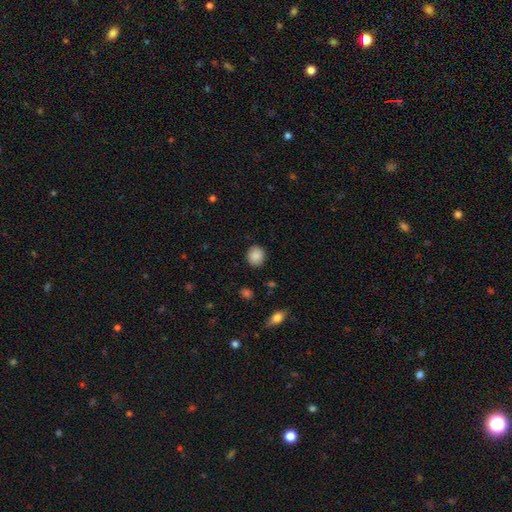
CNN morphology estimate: The model was most divided on "how rounded": round: 79%, in between: 20%, cigar-shaped: 1%. More confident: merging — none (89%); smooth or featured — smooth (88%).